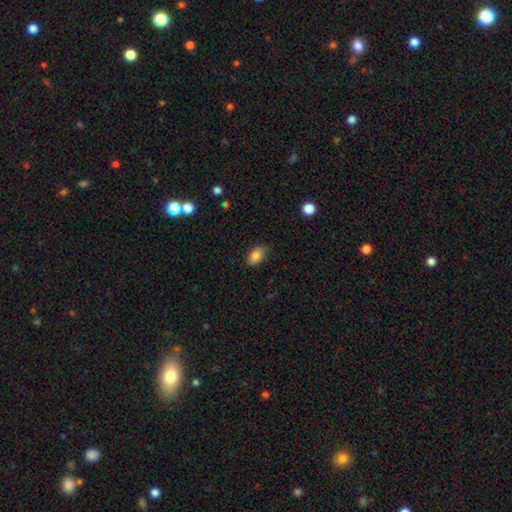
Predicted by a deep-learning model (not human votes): Q: Smooth or featured?
A: smooth (85%); runner-up: star or artifact (8%)
Q: How rounded?
A: in between (89%); runner-up: round (9%)
Q: Merging?
A: none (77%); runner-up: minor disturbance (18%)